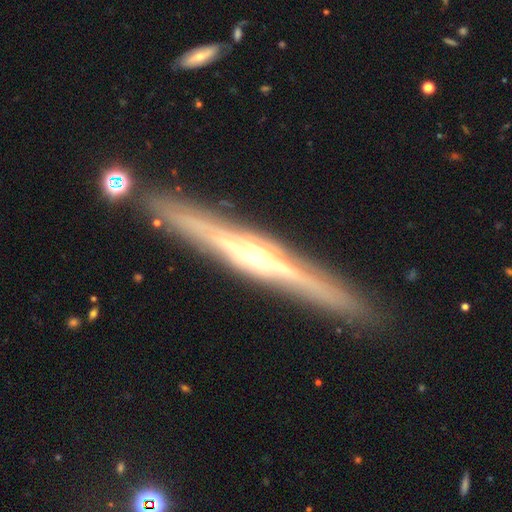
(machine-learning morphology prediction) Smooth or featured?
  - featured or disk: 85% *
  - smooth: 9%
  - star or artifact: 6%
Edge-on disk?
  - yes: 97% *
  - no: 3%
Edge-on bulge?
  - rounded: 75% *
  - boxy: 14%
  - none: 11%
Merging?
  - none: 89% *
  - minor disturbance: 7%
  - merger: 2%
  - major disturbance: 2%